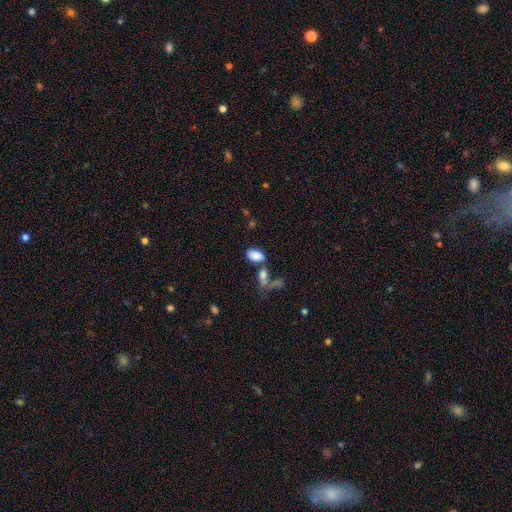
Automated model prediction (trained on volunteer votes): smooth 84%, star or artifact 8%, featured or disk 8%. Down the decision tree: how rounded — in between (93%); merging — none (56%).